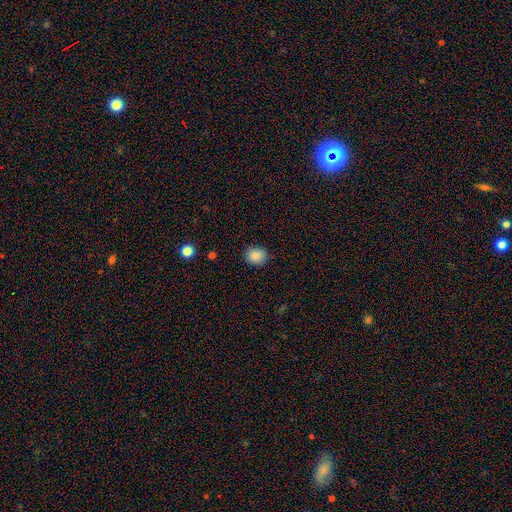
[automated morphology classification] This is clearly a smooth galaxy (87%). How rounded: likely round (68%). Merging: clearly none (86%).